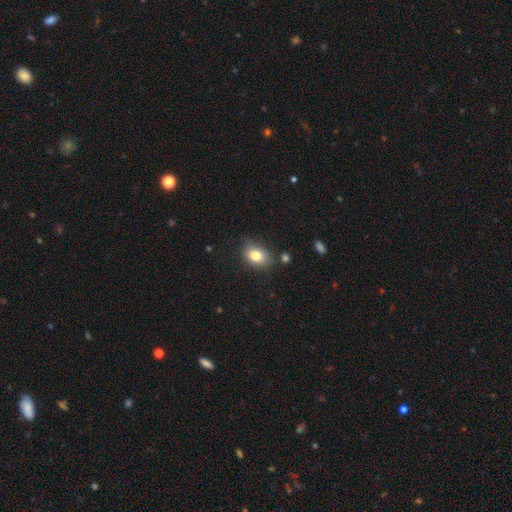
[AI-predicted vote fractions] Smooth or featured: smooth — 78% (featured or disk — 11%)
How rounded: in between — 68% (round — 31%)
Merging: none — 77% (minor disturbance — 16%)